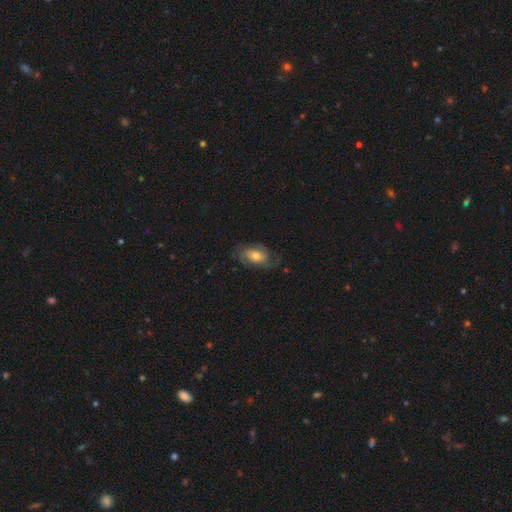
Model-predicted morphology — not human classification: A featured or disk galaxy (65%) with no bar (65%), 2 (45%) medium (42%) spiral arms (86%) and a moderate central bulge (66%). Merging: none (63%).